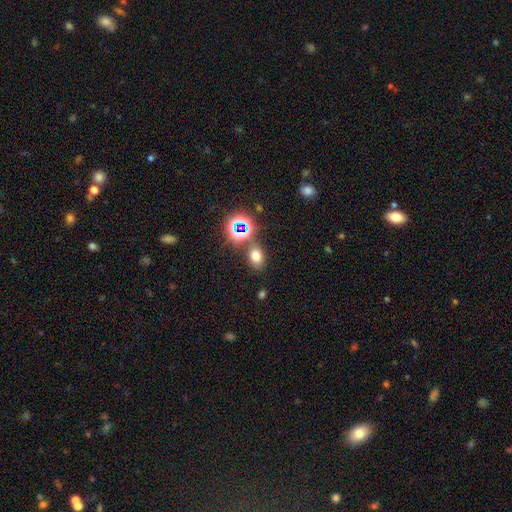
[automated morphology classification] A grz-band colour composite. It shows a smooth galaxy with no disk features (66%) that is in between round and cigar-shaped (68%). Merging: none (75%).